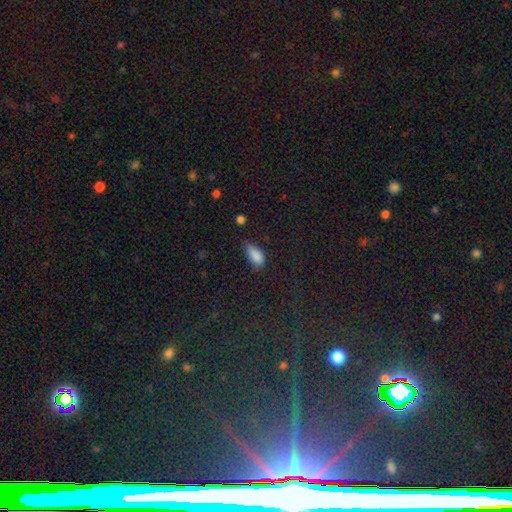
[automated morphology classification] This is clearly a smooth galaxy (85%). How rounded: clearly in between (87%). Merging: marginally none (43%).